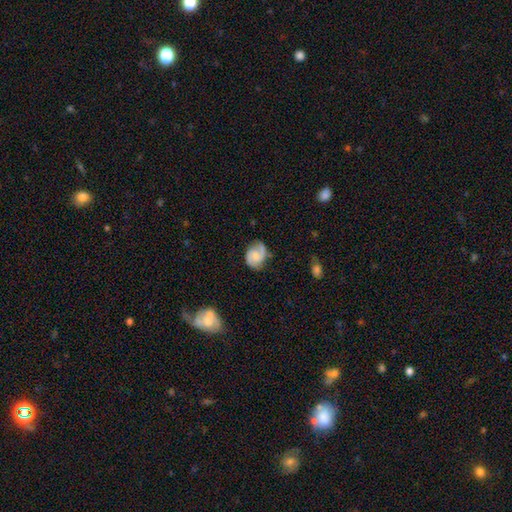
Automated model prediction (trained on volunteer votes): smooth_or_featured: featured or disk (p=0.66) [alt: smooth p=0.27]
disk_edge_on: no (p=0.98) [alt: yes p=0.02]
bar: no (p=0.54) [alt: weak p=0.38]
has_spiral_arms: yes (p=0.93) [alt: no p=0.07]
spiral_winding: medium (p=0.48) [alt: tight p=0.30]
spiral_arm_count: 2 (p=0.82) [alt: can't tell p=0.07]
bulge_size: small (p=0.46) [alt: moderate p=0.35]
merging: none (p=0.66) [alt: minor disturbance p=0.24]